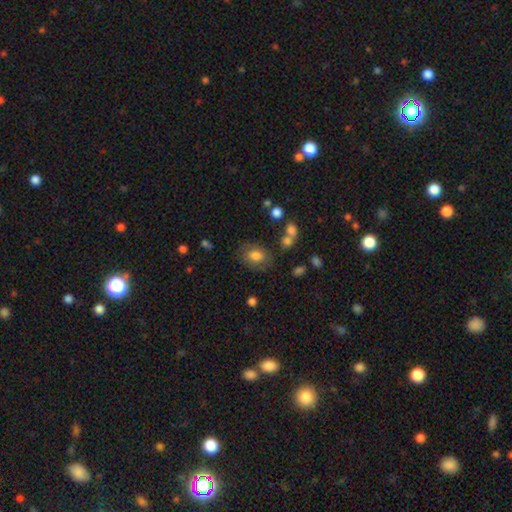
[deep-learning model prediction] Smooth or featured? smooth (72%)
How rounded? in between (66%)
Merging? none (72%)